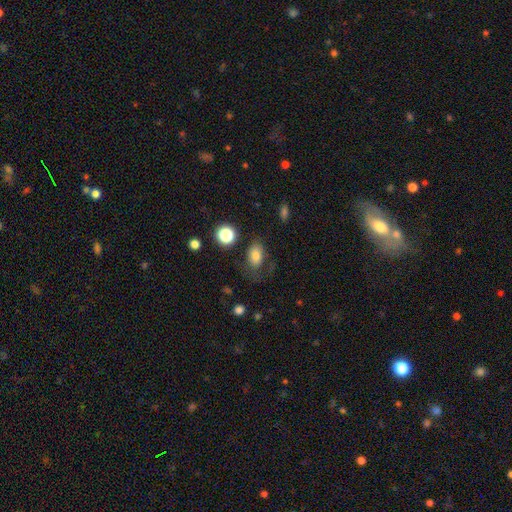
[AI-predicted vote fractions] This is likely a smooth galaxy (77%). How rounded: clearly in between (83%). Merging: possibly none (52%).